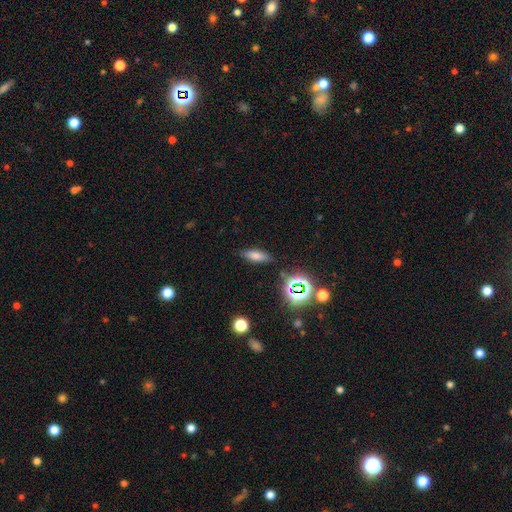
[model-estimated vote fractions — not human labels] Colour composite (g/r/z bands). It shows a smooth galaxy with no disk features (69%) that is in between round and cigar-shaped (57%). Merging: none (82%).